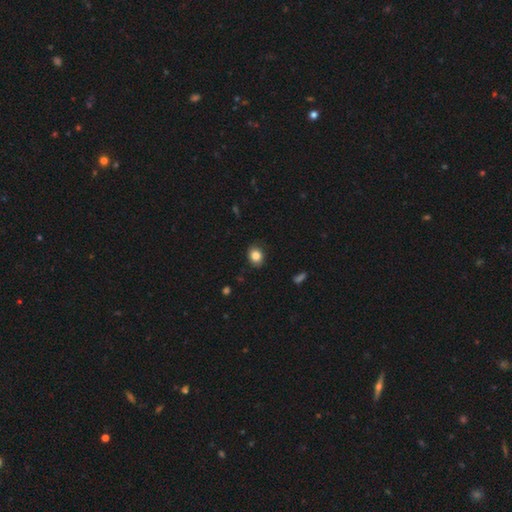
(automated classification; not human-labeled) smooth_or_featured: smooth (p=0.85) [alt: star or artifact p=0.09]
how_rounded: in between (p=0.55) [alt: round p=0.44]
merging: none (p=0.85) [alt: minor disturbance p=0.11]